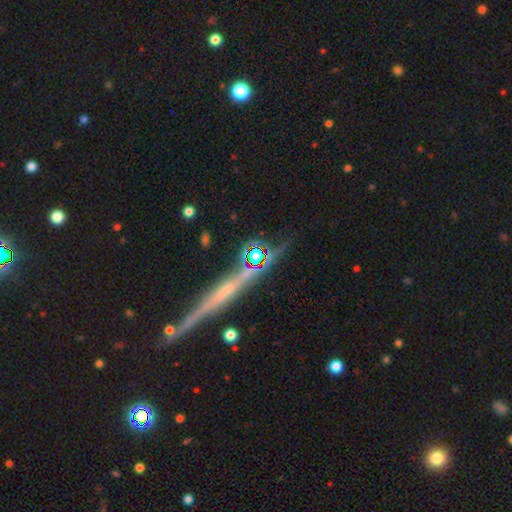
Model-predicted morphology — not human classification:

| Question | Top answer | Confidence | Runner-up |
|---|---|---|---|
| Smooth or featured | star or artifact | 49% | smooth (28%) |